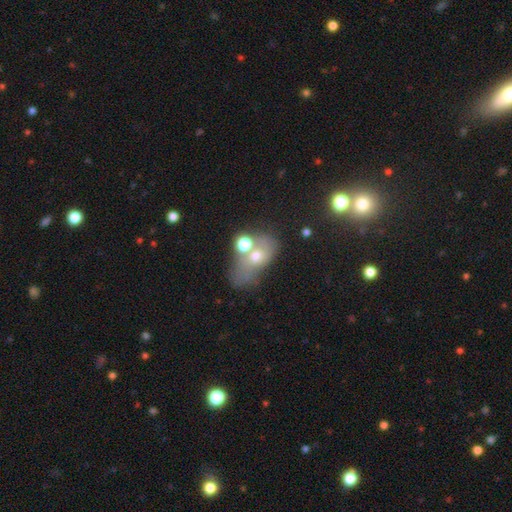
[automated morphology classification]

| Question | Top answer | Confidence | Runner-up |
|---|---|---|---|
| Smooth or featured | smooth | 55% | featured or disk (30%) |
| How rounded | in between | 73% | round (24%) |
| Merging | merger | 40% | none (30%) |